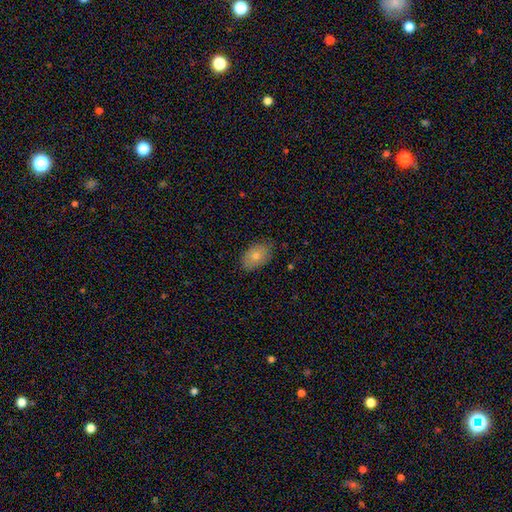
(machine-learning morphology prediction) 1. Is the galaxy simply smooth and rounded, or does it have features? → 77% smooth, 16% featured or disk, 7% star or artifact.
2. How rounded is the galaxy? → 89% in between, 10% round, 1% cigar-shaped.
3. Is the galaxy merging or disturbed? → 78% none, 17% minor disturbance, 3% major disturbance, 1% merger.